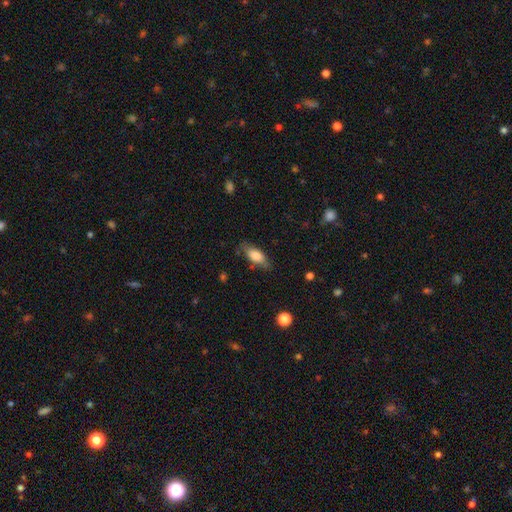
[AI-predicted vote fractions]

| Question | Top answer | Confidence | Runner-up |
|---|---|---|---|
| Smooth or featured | smooth | 75% | featured or disk (18%) |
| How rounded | in between | 79% | cigar-shaped (18%) |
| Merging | none | 75% | minor disturbance (19%) |